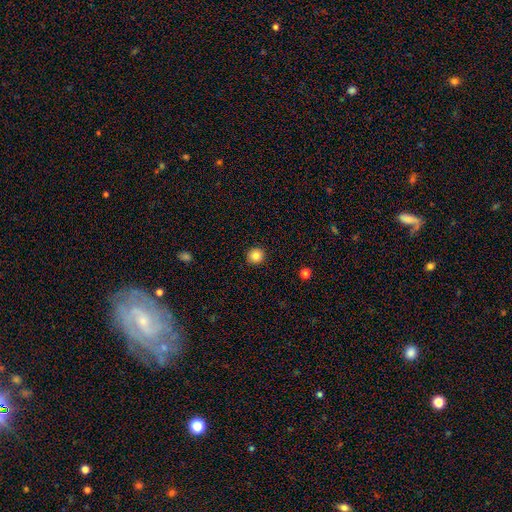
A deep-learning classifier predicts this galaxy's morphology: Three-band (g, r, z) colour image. It shows a smooth galaxy with no disk features (85%) that is round (95%). Merging: none (93%).